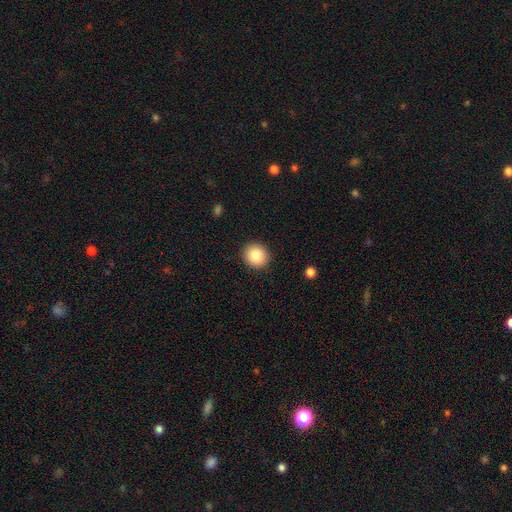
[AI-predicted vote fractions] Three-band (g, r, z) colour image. It shows a smooth galaxy with no disk features (84%) that is round (88%). Merging: none (91%).